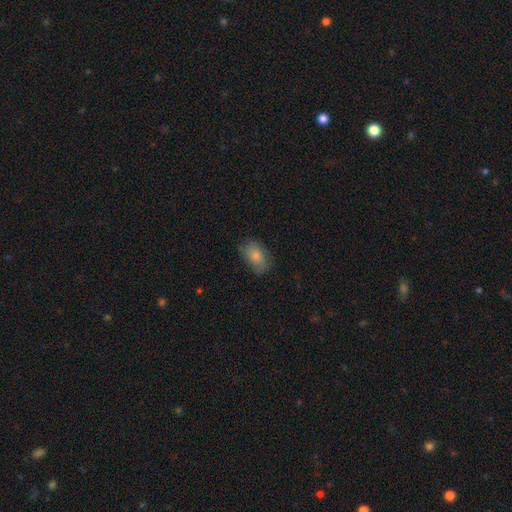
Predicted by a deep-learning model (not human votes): Morphology: type=smooth (80%); roundness=in between (87%); merging=none (71%).